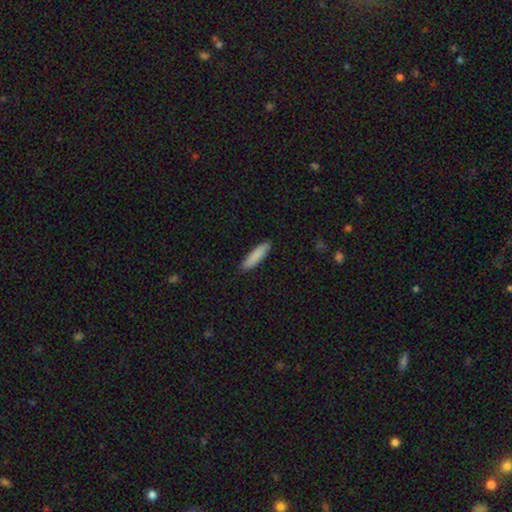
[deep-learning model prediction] The model was most divided on "how rounded": cigar-shaped: 77%, in between: 22%, round: 1%. More confident: merging — none (89%); smooth or featured — smooth (87%).